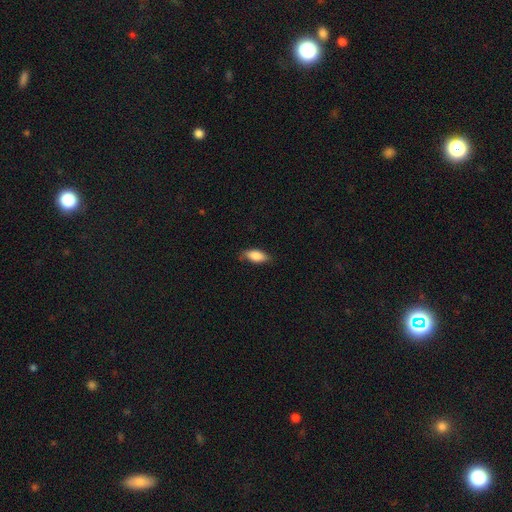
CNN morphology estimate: A smooth galaxy with no disk features (82%) that is in between round and cigar-shaped (82%). Merging: none (78%).